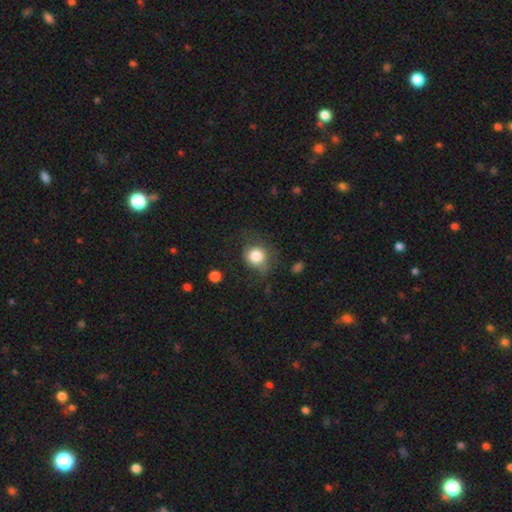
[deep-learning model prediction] Morphology: type=smooth (81%); roundness=round (82%); merging=none (61%).